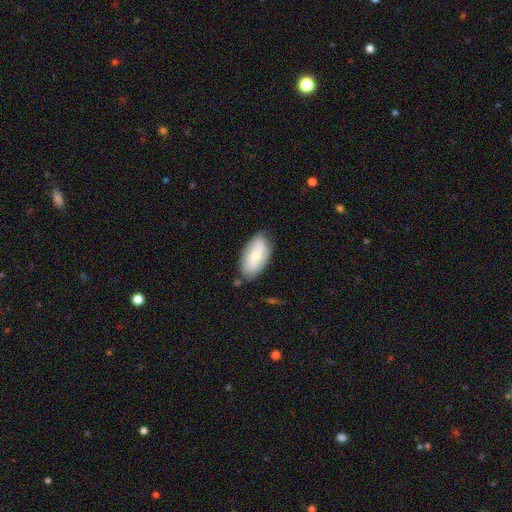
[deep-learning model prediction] Smooth or featured? Predicted: smooth (p=0.64). How rounded? Predicted: in between (p=0.94). Merging? Predicted: none (p=0.76).